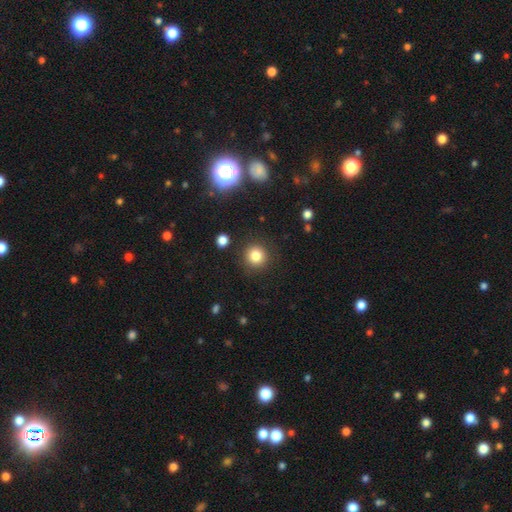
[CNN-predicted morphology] Smooth or featured? smooth (82%)
How rounded? round (92%)
Merging? none (88%)